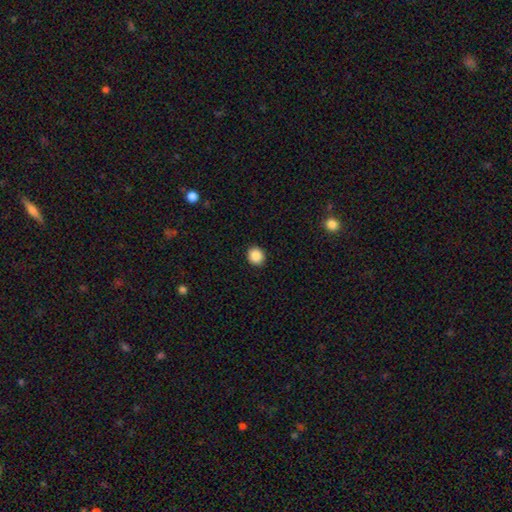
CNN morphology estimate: Overall: smooth (88%). How rounded: round (84%). Merging: none (92%).